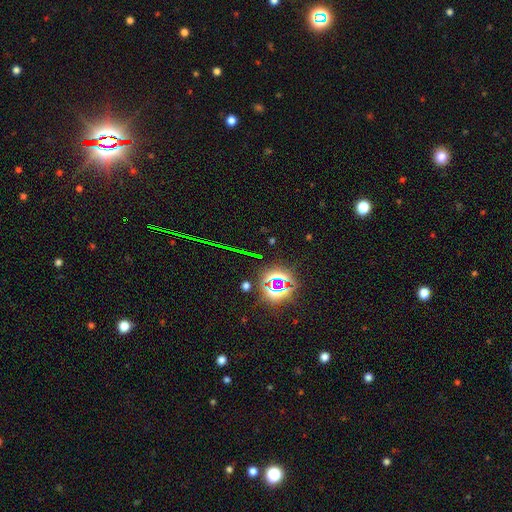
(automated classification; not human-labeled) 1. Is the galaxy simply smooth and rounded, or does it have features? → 73% star or artifact, 14% smooth, 12% featured or disk.